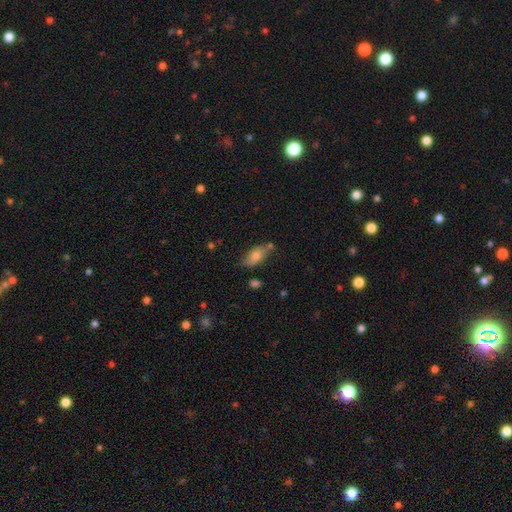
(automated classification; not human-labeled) smooth 65%, featured or disk 28%, star or artifact 8%. Down the decision tree: how rounded — in between (87%); merging — none (65%).